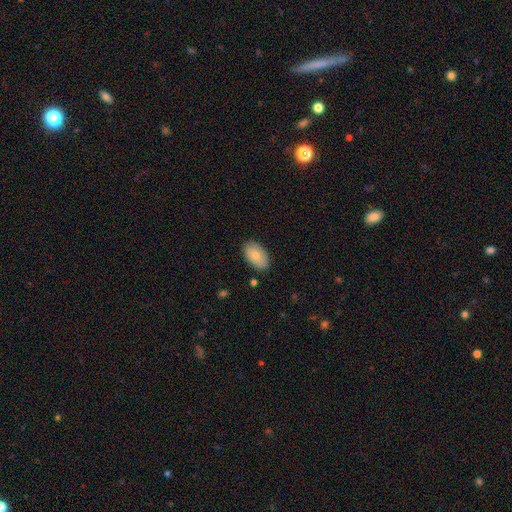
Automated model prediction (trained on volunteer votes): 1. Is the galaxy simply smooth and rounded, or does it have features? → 80% smooth, 13% featured or disk, 6% star or artifact.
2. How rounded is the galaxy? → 93% in between, 6% round, 1% cigar-shaped.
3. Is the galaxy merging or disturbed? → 85% none, 11% minor disturbance, 2% major disturbance, 1% merger.